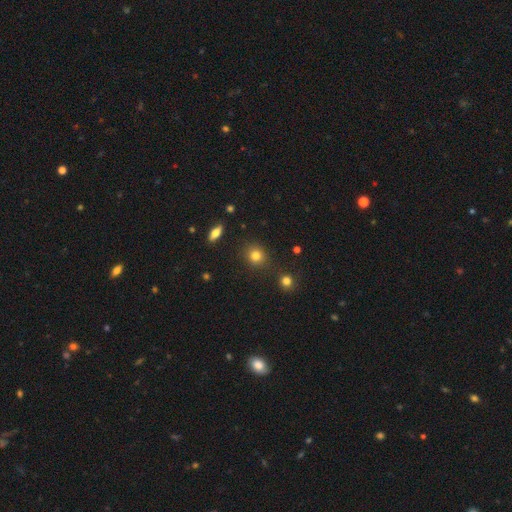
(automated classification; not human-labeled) smooth-or-featured: smooth: 81% | star or artifact: 13% | featured or disk: 6%
  how-rounded: round: 84% | in between: 15% | cigar-shaped: 1%
  merging: none: 85% | minor disturbance: 8% | merger: 4% | major disturbance: 3%